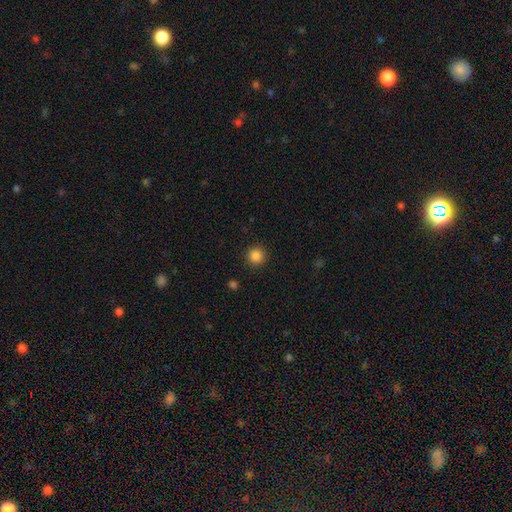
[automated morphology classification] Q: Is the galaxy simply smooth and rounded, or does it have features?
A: smooth — 85%.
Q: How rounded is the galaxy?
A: round — 95%.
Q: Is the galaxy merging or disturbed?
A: none — 92%.